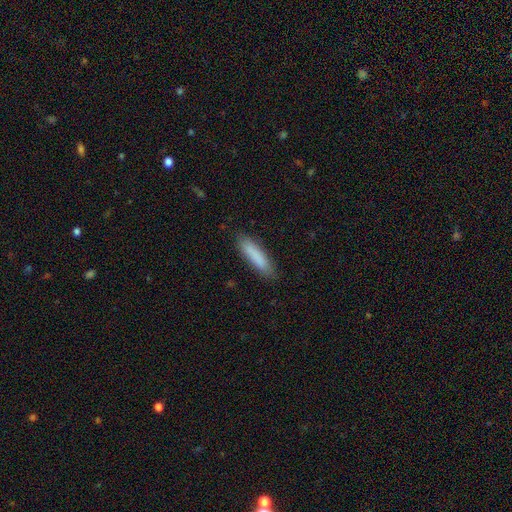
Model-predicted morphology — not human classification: Overall: smooth (86%). How rounded: cigar-shaped (77%). Merging: none (85%).